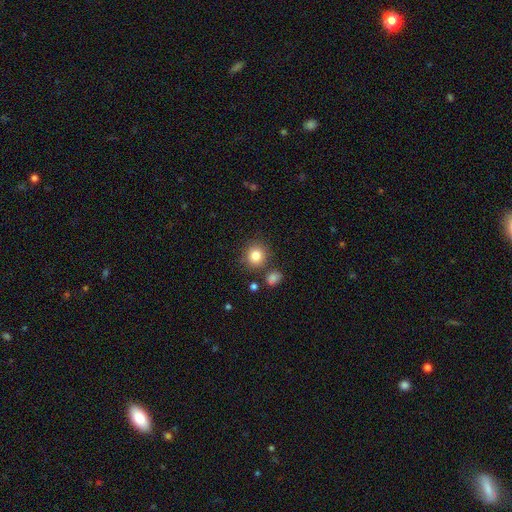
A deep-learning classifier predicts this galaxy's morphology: Q: Smooth or featured?
A: smooth (84%); runner-up: star or artifact (10%)
Q: How rounded?
A: round (87%); runner-up: in between (12%)
Q: Merging?
A: none (80%); runner-up: minor disturbance (9%)